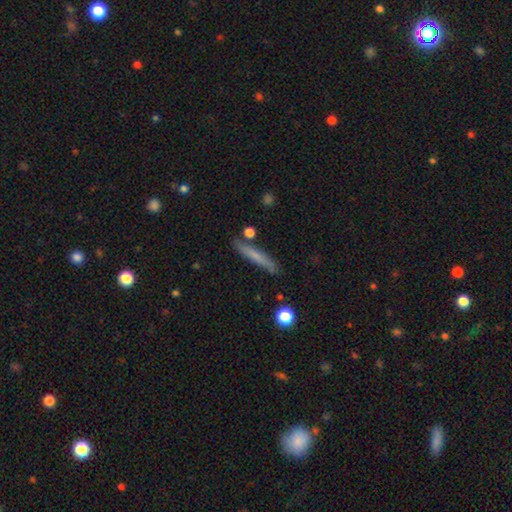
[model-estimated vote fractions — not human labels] The model was most divided on "smooth or featured": smooth: 66%, featured or disk: 27%, star or artifact: 7%. More confident: how rounded — cigar-shaped (93%); merging — none (83%).